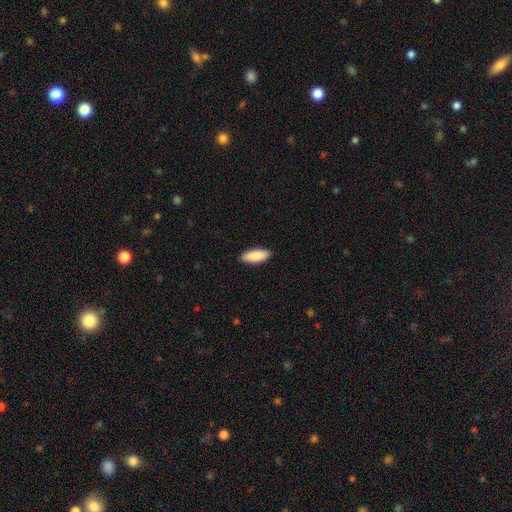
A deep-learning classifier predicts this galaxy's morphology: Q: Smooth or featured?
A: smooth (89%); runner-up: star or artifact (5%)
Q: How rounded?
A: in between (77%); runner-up: cigar-shaped (21%)
Q: Merging?
A: none (90%); runner-up: minor disturbance (8%)